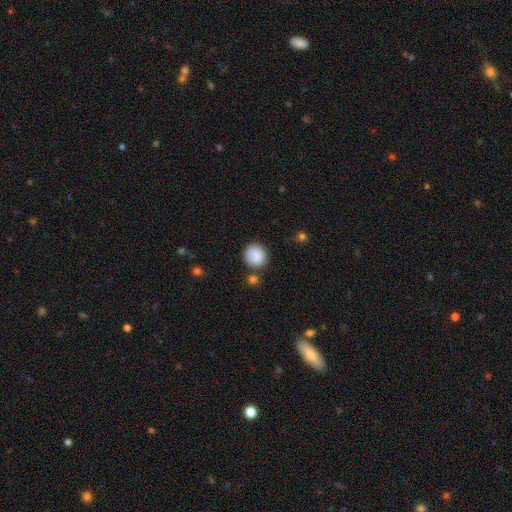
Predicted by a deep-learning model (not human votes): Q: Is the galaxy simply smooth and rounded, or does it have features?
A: smooth — 88%.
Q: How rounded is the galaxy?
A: round — 89%.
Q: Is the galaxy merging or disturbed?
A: none — 76%.